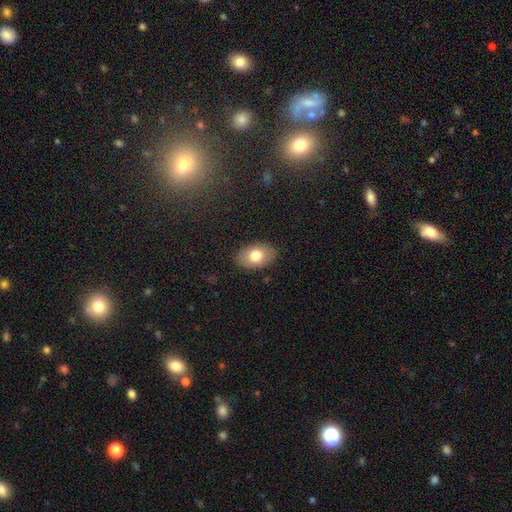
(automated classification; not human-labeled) A smooth galaxy with no disk features (76%) that is in between round and cigar-shaped (88%). Merging: none (87%).